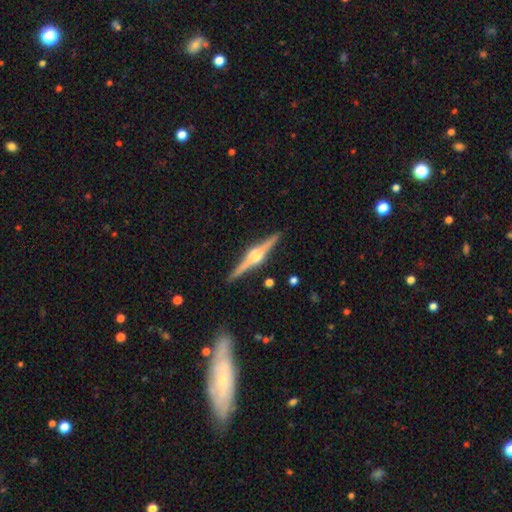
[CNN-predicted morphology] Smooth or featured? featured or disk (86%)
Edge-on disk? yes (98%)
Edge-on bulge? rounded (90%)
Merging? none (91%)